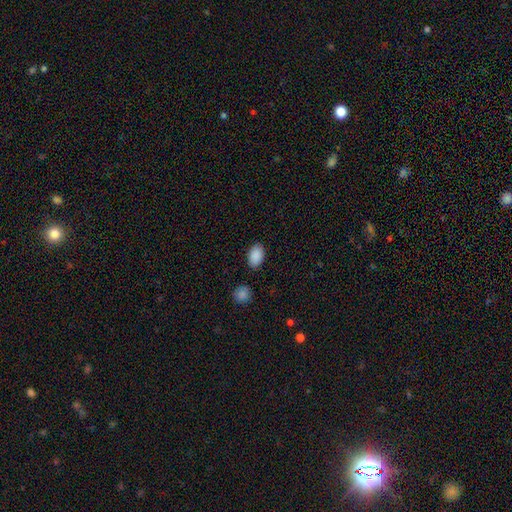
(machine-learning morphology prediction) smooth 90%, star or artifact 7%, featured or disk 3%. Down the decision tree: how rounded — in between (91%); merging — none (86%).